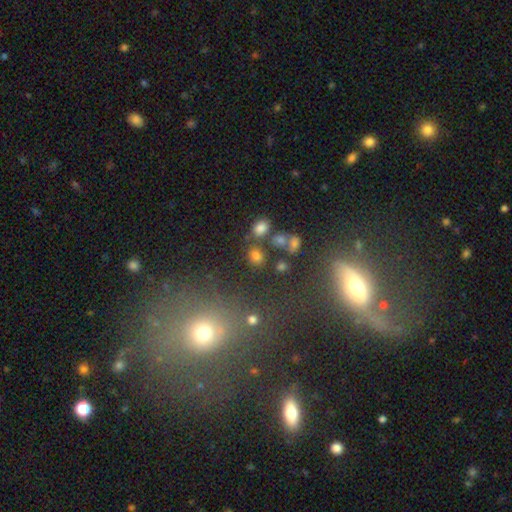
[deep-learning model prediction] smooth 74%, star or artifact 18%, featured or disk 8%. Down the decision tree: how rounded — round (51%); merging — none (68%).